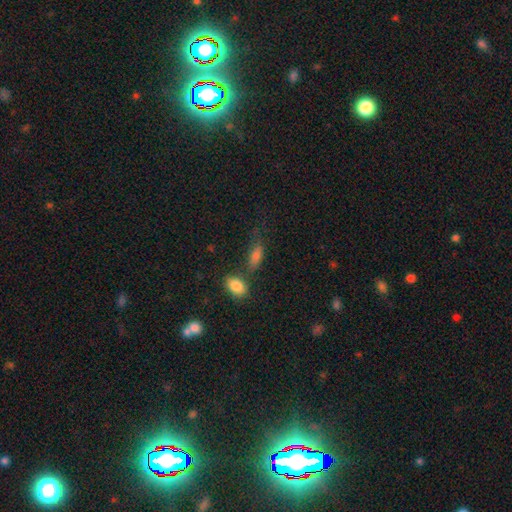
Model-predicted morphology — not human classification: smooth-or-featured: smooth: 75% | star or artifact: 14% | featured or disk: 12%
  how-rounded: in between: 73% | cigar-shaped: 21% | round: 7%
  merging: none: 55% | minor disturbance: 19% | merger: 17% | major disturbance: 10%